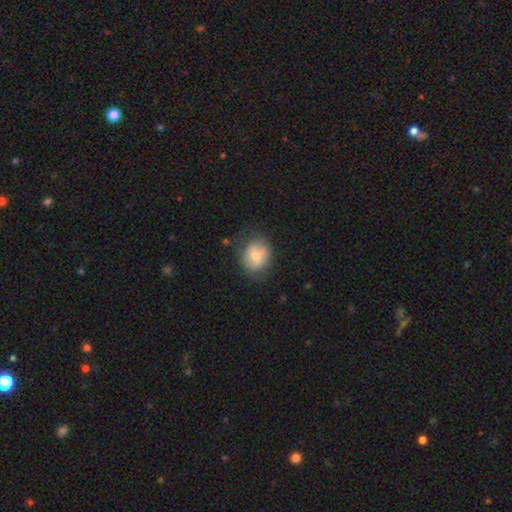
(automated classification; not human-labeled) The model was most divided on "how rounded": round: 58%, in between: 41%, cigar-shaped: 1%. More confident: smooth or featured — smooth (66%); merging — none (65%).